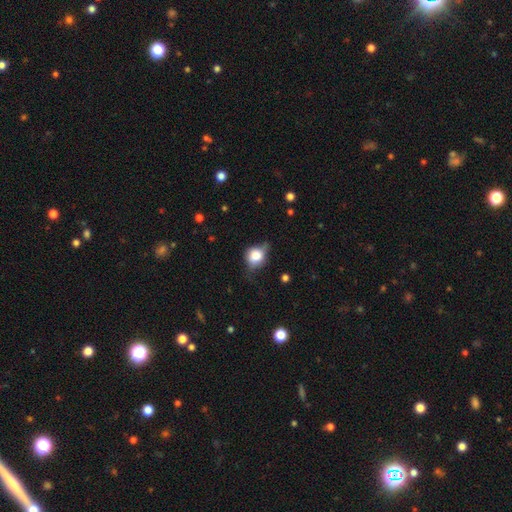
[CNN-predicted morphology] smooth-or-featured: smooth: 67% | featured or disk: 23% | star or artifact: 10%
  how-rounded: round: 68% | in between: 31% | cigar-shaped: 2%
  merging: none: 52% | minor disturbance: 33% | major disturbance: 12% | merger: 3%